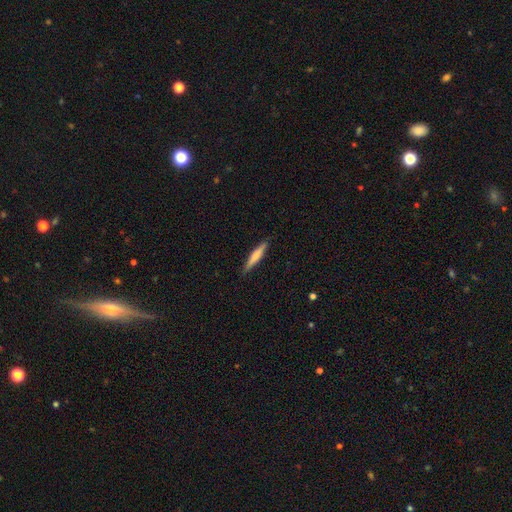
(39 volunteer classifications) Smooth or featured? 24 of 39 (62%) said smooth. How rounded? 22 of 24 (92%) said cigar-shaped. Merging? 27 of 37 (73%) said none.